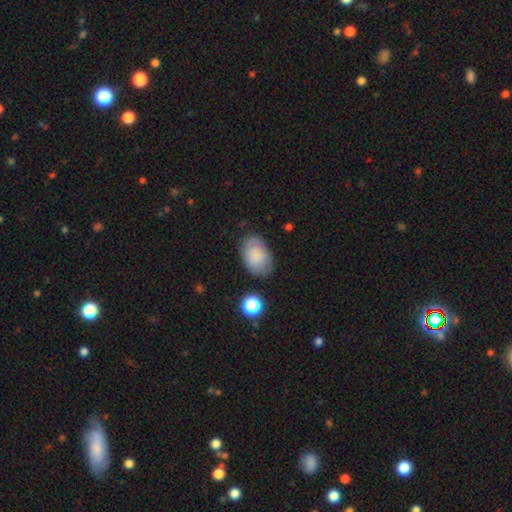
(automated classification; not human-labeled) Smooth or featured? Predicted: smooth (p=0.80). How rounded? Predicted: in between (p=0.88). Merging? Predicted: none (p=0.76).